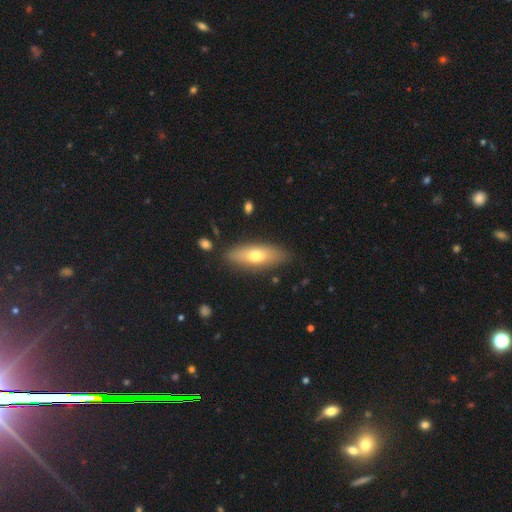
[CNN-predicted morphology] smooth-or-featured: smooth: 63% | featured or disk: 31% | star or artifact: 6%
  how-rounded: in between: 61% | cigar-shaped: 36% | round: 3%
  merging: none: 85% | minor disturbance: 11% | major disturbance: 2% | merger: 2%